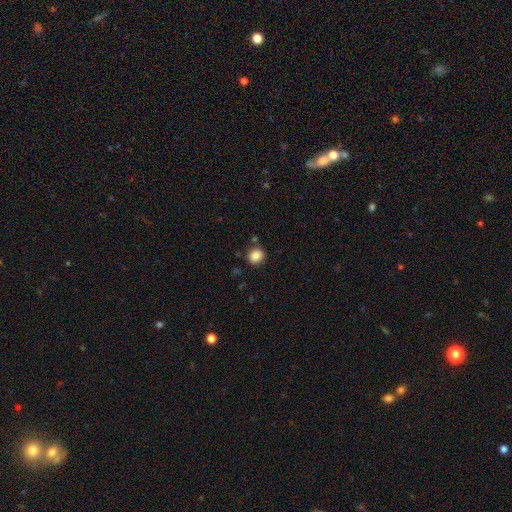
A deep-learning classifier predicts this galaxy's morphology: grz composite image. It shows a smooth galaxy with no disk features (87%) that is round (78%). Merging: none (84%).